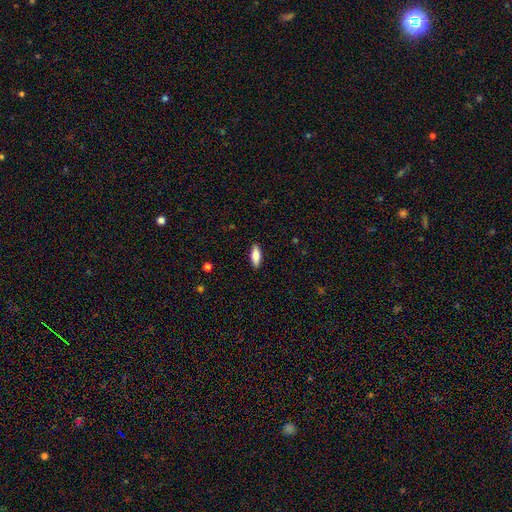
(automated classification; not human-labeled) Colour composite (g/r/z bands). It shows a smooth galaxy with no disk features (79%) that is in between round and cigar-shaped (69%). Merging: none (89%).